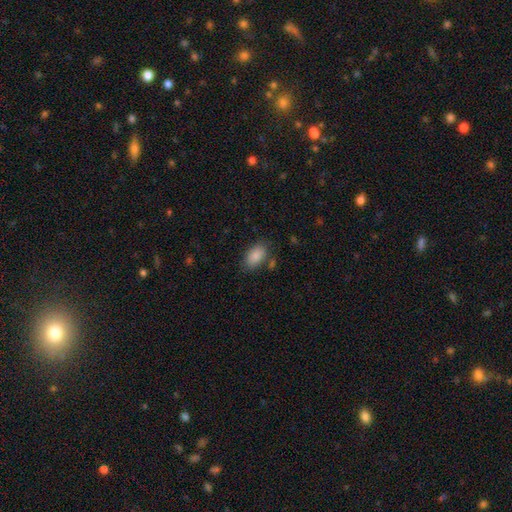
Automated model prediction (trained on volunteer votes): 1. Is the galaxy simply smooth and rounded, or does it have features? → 88% smooth, 7% star or artifact, 5% featured or disk.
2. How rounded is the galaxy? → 93% in between, 5% round, 2% cigar-shaped.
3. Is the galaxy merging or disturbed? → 76% none, 14% minor disturbance, 5% merger, 4% major disturbance.